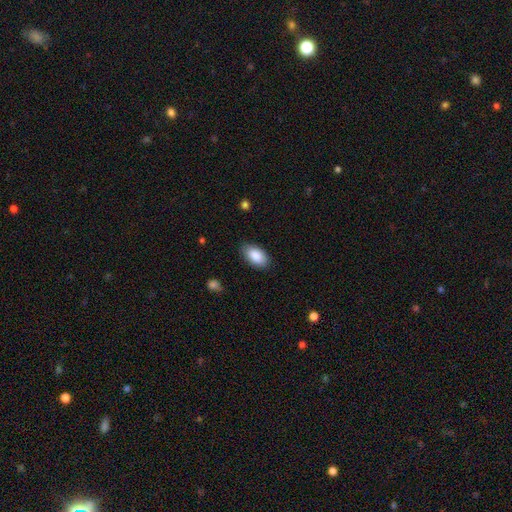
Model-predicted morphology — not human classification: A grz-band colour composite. It shows a smooth galaxy with no disk features (88%) that is in between round and cigar-shaped (95%). Merging: none (84%).